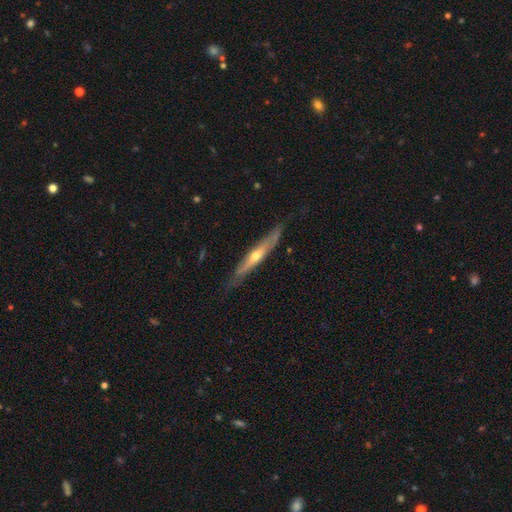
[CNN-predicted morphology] Overall: featured or disk (65%; smooth 29%). Edge-on disk: yes (88%). Edge-on bulge: rounded (77%). Merging: none (79%).